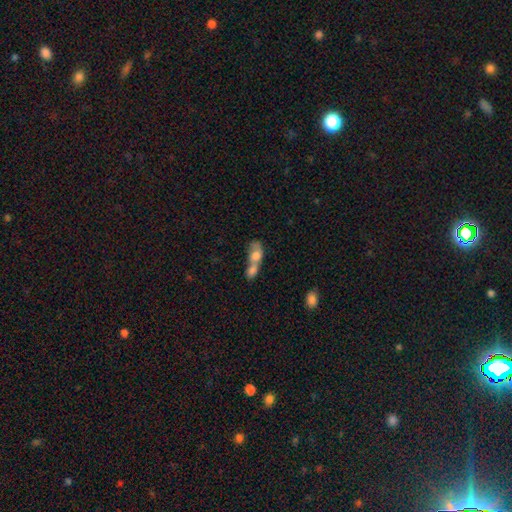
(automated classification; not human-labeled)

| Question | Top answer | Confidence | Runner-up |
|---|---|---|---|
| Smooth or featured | smooth | 68% | featured or disk (23%) |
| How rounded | in between | 69% | round (21%) |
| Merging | merger | 79% | none (10%) |